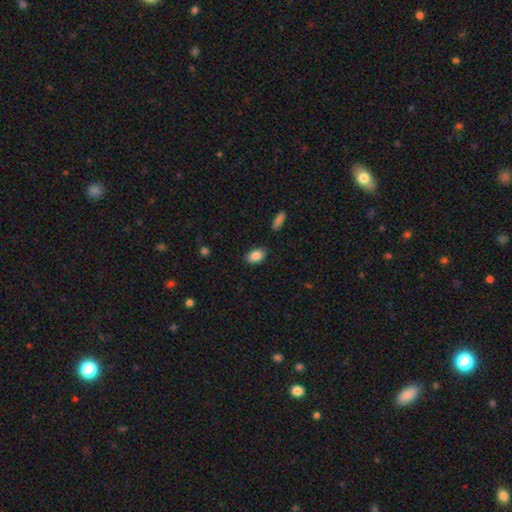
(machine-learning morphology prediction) Smooth or featured?
  - smooth: 87% *
  - star or artifact: 8%
  - featured or disk: 5%
How rounded?
  - in between: 87% *
  - round: 11%
  - cigar-shaped: 2%
Merging?
  - none: 83% *
  - minor disturbance: 12%
  - major disturbance: 3%
  - merger: 2%